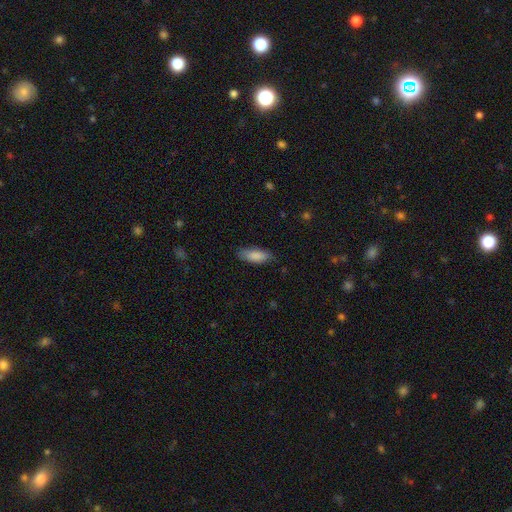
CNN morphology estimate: A smooth galaxy with no disk features (87%) that is in between round and cigar-shaped (72%). Merging: none (79%).